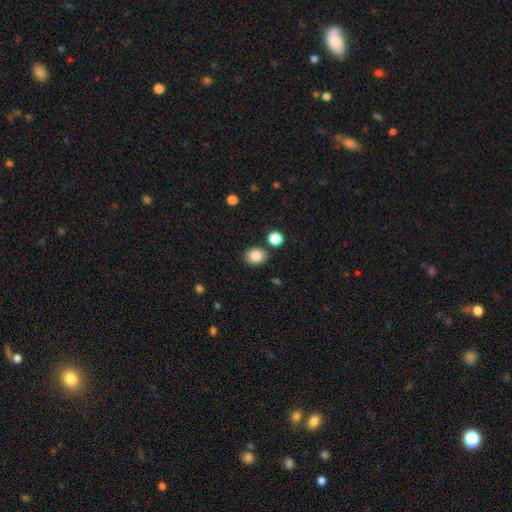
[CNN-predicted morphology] smooth-or-featured: smooth: 85% | star or artifact: 9% | featured or disk: 5%
  how-rounded: round: 63% | in between: 36% | cigar-shaped: 1%
  merging: none: 84% | minor disturbance: 9% | merger: 5% | major disturbance: 2%